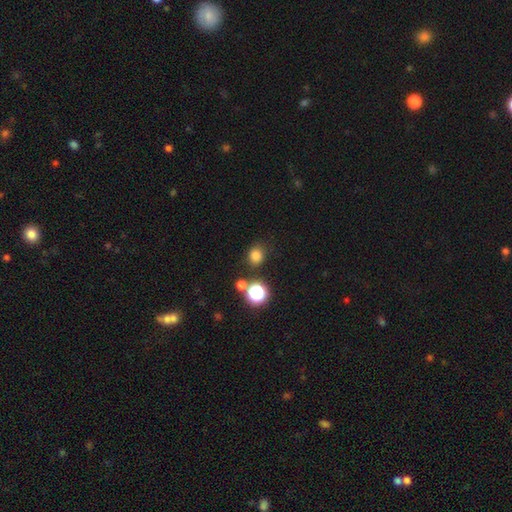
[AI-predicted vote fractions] Overall: smooth (79%). How rounded: round (75%). Merging: none (81%).